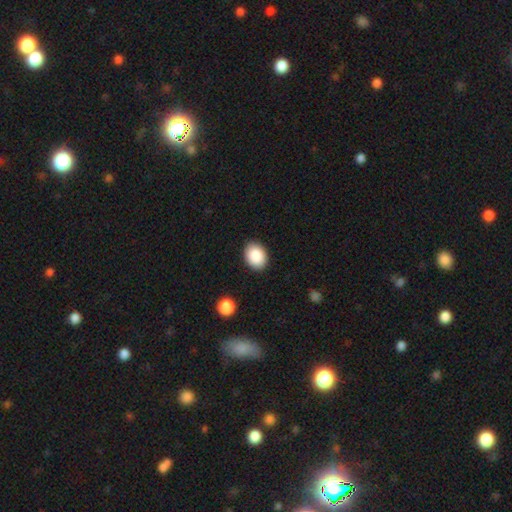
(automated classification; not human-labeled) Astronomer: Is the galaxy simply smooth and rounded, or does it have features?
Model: smooth — 89%.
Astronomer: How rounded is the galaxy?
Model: in between — 66%.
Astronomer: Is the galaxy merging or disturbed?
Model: none — 89%.